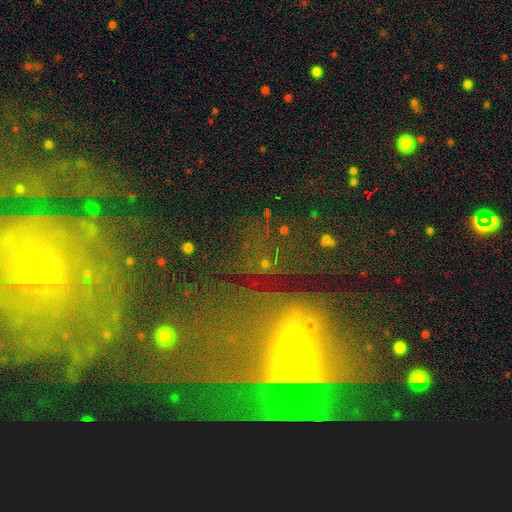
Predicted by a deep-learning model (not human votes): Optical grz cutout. It shows a featured or disk galaxy (47%). Merging: none (38%).